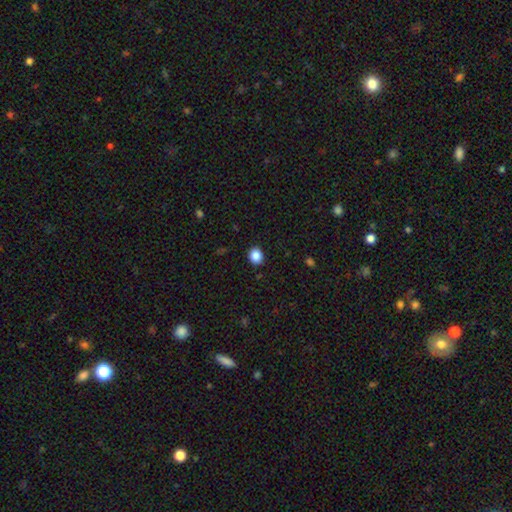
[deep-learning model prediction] smooth-or-featured: smooth: 87% | star or artifact: 10% | featured or disk: 3%
  how-rounded: round: 69% | in between: 31% | cigar-shaped: 1%
  merging: none: 90% | minor disturbance: 7% | major disturbance: 2% | merger: 1%